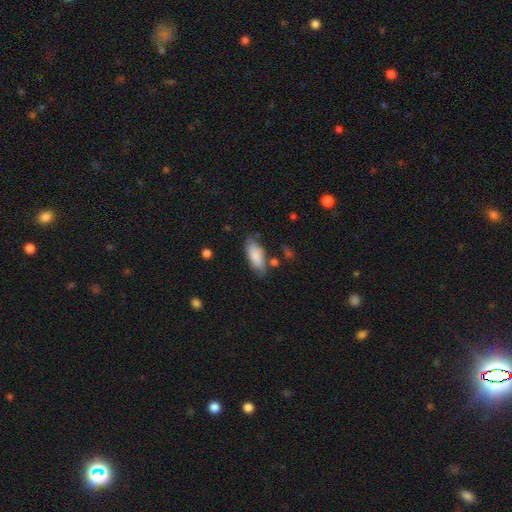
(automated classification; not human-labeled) Smooth or featured? smooth (84%)
How rounded? in between (79%)
Merging? none (74%)